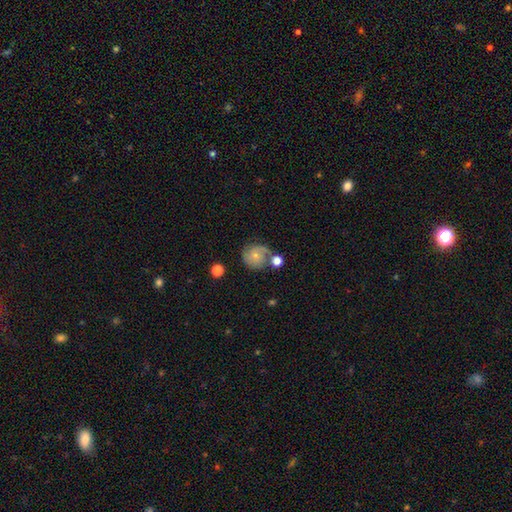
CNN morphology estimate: Smooth or featured: featured or disk — 52% (smooth — 40%)
Edge-on disk: no — 98% (yes — 2%)
Bar: no — 75% (weak — 21%)
Spiral arms: yes — 85% (no — 15%)
Bulge size: small — 69% (moderate — 23%)
Merging: none — 55% (minor disturbance — 20%)